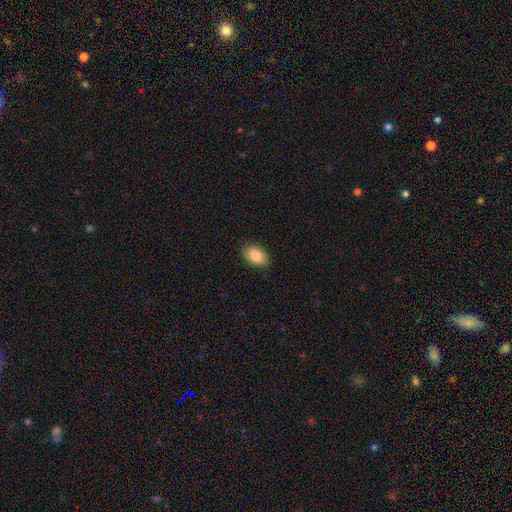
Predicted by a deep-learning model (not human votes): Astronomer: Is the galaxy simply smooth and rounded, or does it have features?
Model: smooth — 83%.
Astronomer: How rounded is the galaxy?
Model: in between — 85%.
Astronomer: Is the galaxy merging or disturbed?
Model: none — 86%.